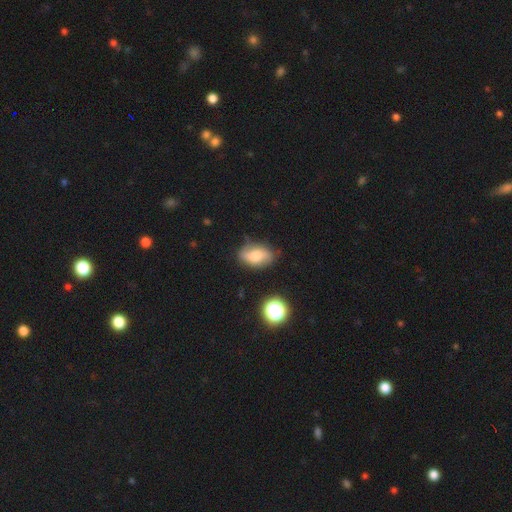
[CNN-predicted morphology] Smooth or featured: smooth — 59% (featured or disk — 30%)
How rounded: in between — 89% (round — 9%)
Merging: none — 68% (minor disturbance — 24%)